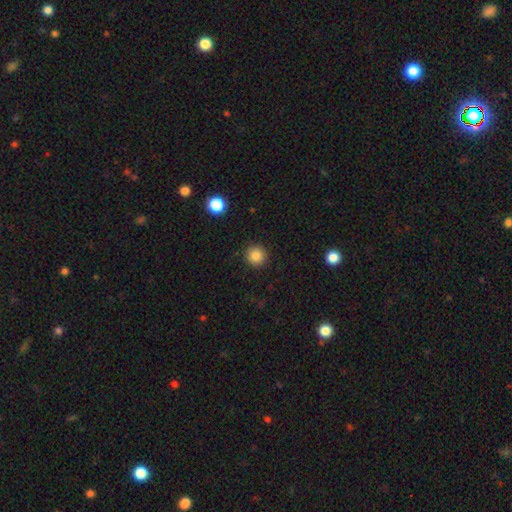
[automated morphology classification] A smooth galaxy with no disk features (85%) that is round (94%).

Vote fractions:
- Smooth or featured? smooth: 85% / star or artifact: 11% / featured or disk: 4%
- How rounded? round: 94% / in between: 5% / cigar-shaped: 1%
- Merging? none: 91% / minor disturbance: 6% / major disturbance: 2% / merger: 1%